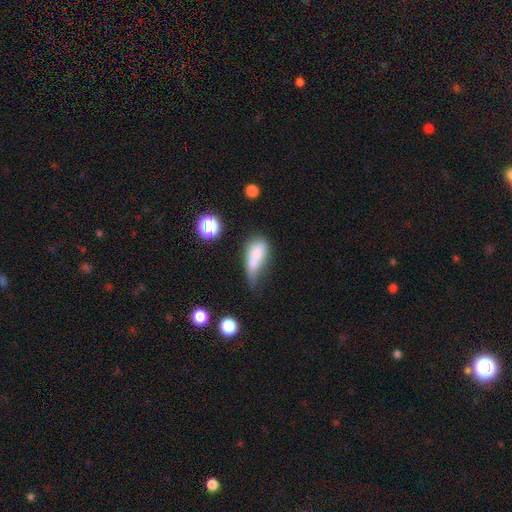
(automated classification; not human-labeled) A smooth galaxy with no disk features (68%) that is in between round and cigar-shaped (70%). Merging: minor disturbance (33%).